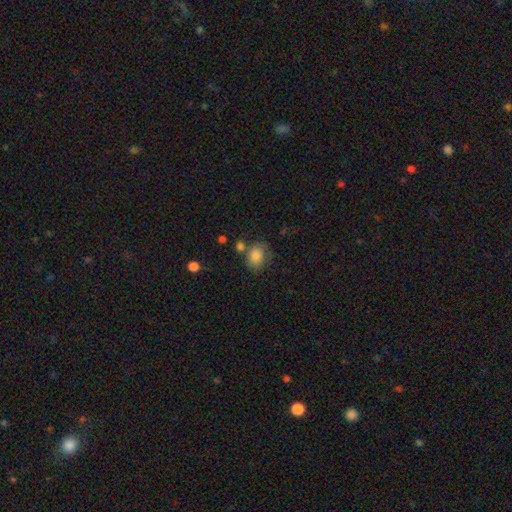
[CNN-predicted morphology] A smooth galaxy with no disk features (81%) that is in between round and cigar-shaped (51%). Merging: none (58%).